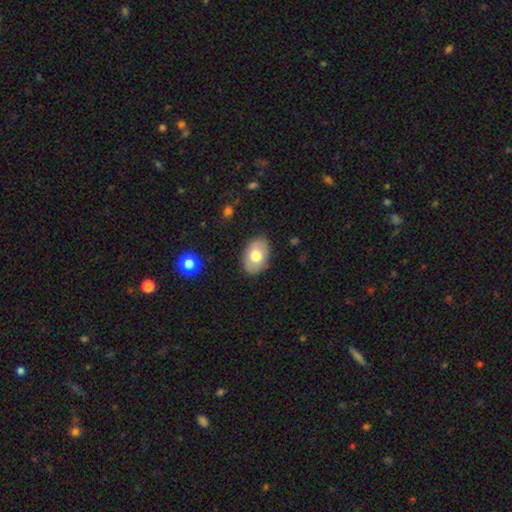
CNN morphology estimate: Q: Smooth or featured?
A: smooth (72%); runner-up: featured or disk (21%)
Q: How rounded?
A: in between (87%); runner-up: round (12%)
Q: Merging?
A: none (86%); runner-up: minor disturbance (10%)